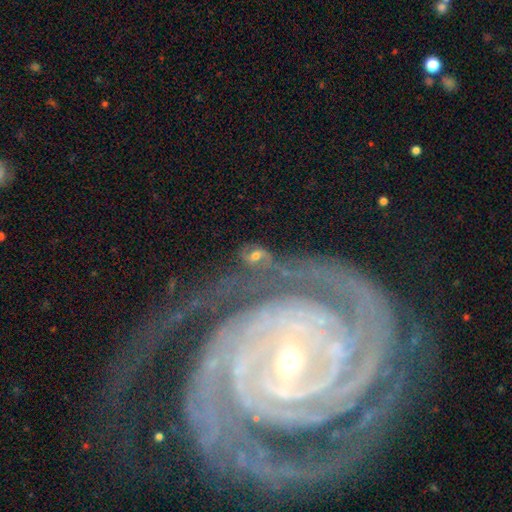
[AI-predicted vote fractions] A featured or disk galaxy (64%) with no bar (41%), spiral arms (82%) and a moderate central bulge (58%).

Vote fractions:
- Smooth or featured? featured or disk: 64% / smooth: 22% / star or artifact: 14%
- Edge-on disk? no: 93% / yes: 7%
- Bar? no: 41% / weak: 38% / strong: 21%
- Spiral arms? yes: 82% / no: 18%
- Bulge size? moderate: 58% / small: 26% / large: 10% / none: 4% / dominant: 2%
- Merging? none: 50% / minor disturbance: 20% / major disturbance: 17% / merger: 13%